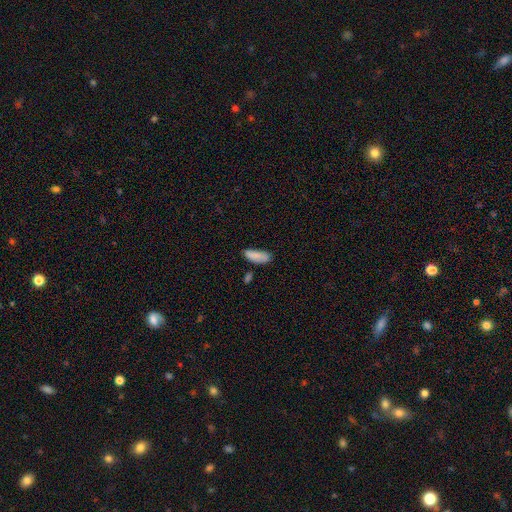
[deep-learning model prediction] This appears to be a smooth galaxy with no disk features (85%) that is in between round and cigar-shaped (70%). Merging: none (59%).